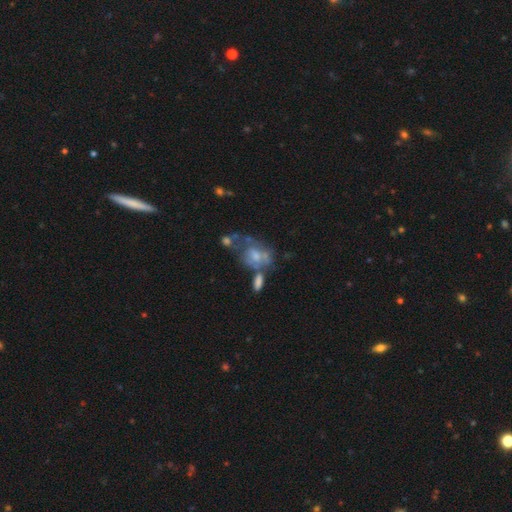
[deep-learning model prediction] This appears to be a featured or disk galaxy (47%). Merging: merger (33%).